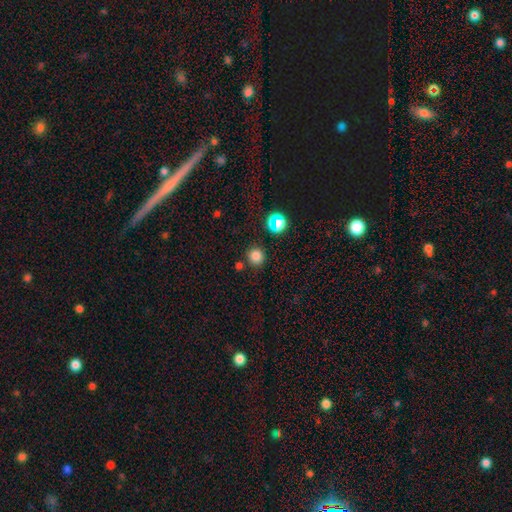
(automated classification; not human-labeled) Smooth or featured? smooth (78%)
How rounded? round (93%)
Merging? none (85%)